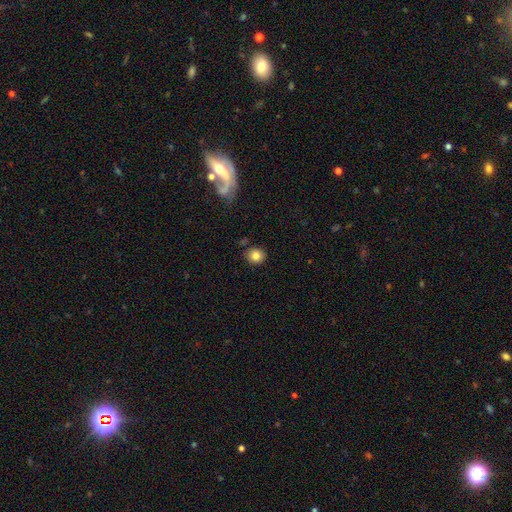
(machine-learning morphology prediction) smooth_or_featured: smooth (p=0.83) [alt: star or artifact p=0.10]
how_rounded: round (p=0.84) [alt: in between p=0.15]
merging: none (p=0.85) [alt: minor disturbance p=0.09]